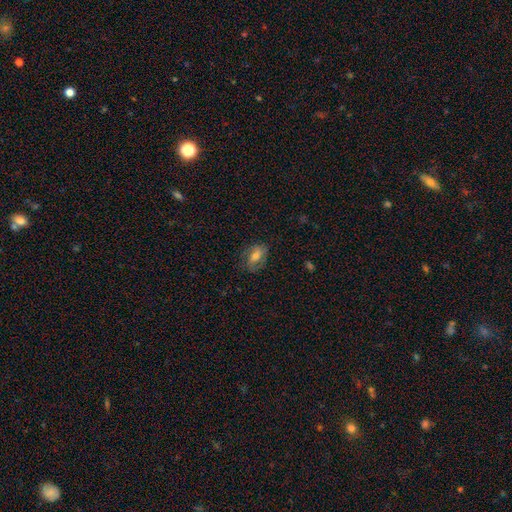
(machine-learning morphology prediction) Smooth or featured?
  - smooth: 59% *
  - featured or disk: 31%
  - star or artifact: 10%
How rounded?
  - in between: 79% *
  - round: 17%
  - cigar-shaped: 4%
Merging?
  - none: 73% *
  - minor disturbance: 19%
  - major disturbance: 7%
  - merger: 1%